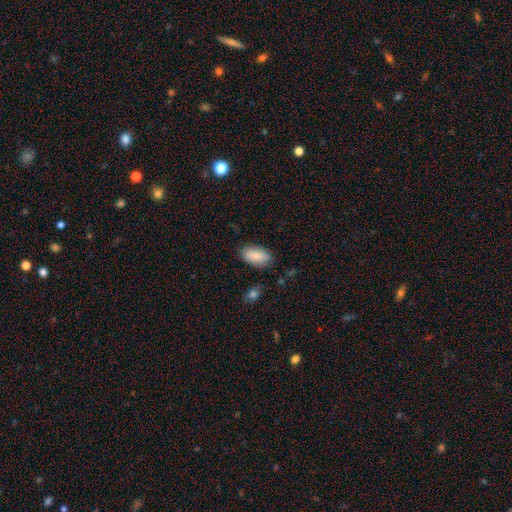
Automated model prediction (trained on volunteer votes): smooth_or_featured: smooth (p=0.87) [alt: star or artifact p=0.06]
how_rounded: in between (p=0.93) [alt: cigar-shaped p=0.05]
merging: none (p=0.82) [alt: minor disturbance p=0.13]